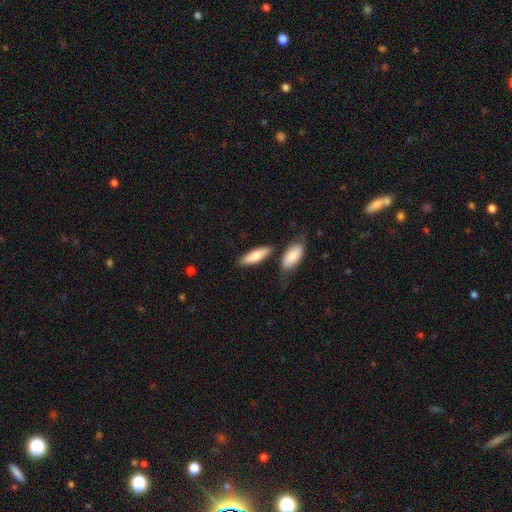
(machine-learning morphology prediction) The model was most divided on "how rounded": in between: 59%, cigar-shaped: 39%, round: 2%. More confident: smooth or featured — smooth (78%); merging — none (71%).